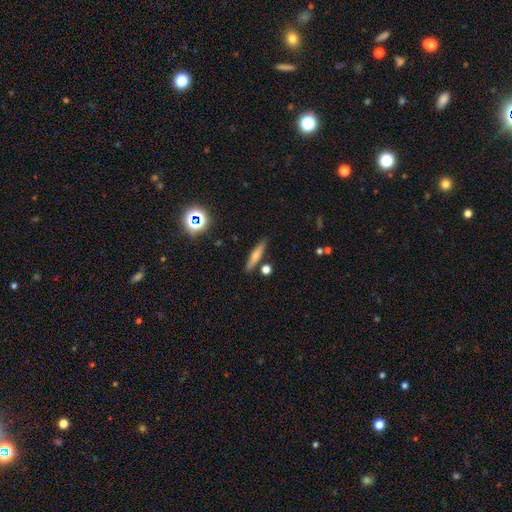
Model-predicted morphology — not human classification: Overall: smooth (61%; featured or disk 28%). How rounded: cigar-shaped (81%). Merging: none (83%).